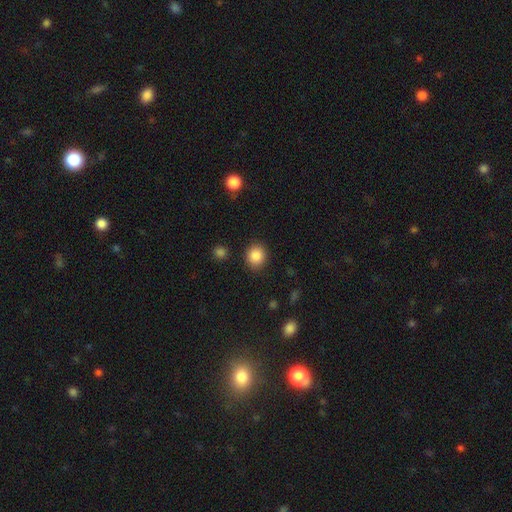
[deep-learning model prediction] This appears to be a smooth galaxy with no disk features (87%) that is round (77%). Merging: none (88%).